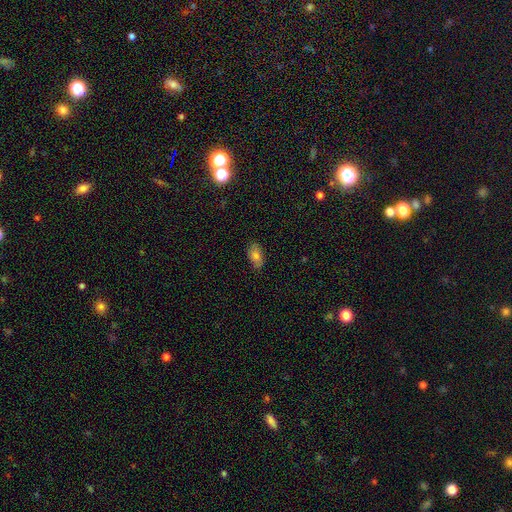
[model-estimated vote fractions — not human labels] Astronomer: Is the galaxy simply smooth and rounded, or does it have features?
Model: smooth — 77%.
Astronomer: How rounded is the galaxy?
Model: in between — 91%.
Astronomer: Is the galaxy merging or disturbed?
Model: none — 84%.